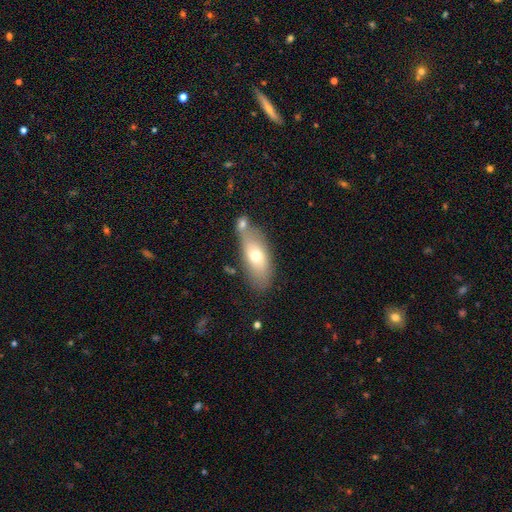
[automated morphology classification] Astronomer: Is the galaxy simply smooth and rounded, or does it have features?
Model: smooth — 64%.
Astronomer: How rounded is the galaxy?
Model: in between — 79%.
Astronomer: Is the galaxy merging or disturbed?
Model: none — 52%.